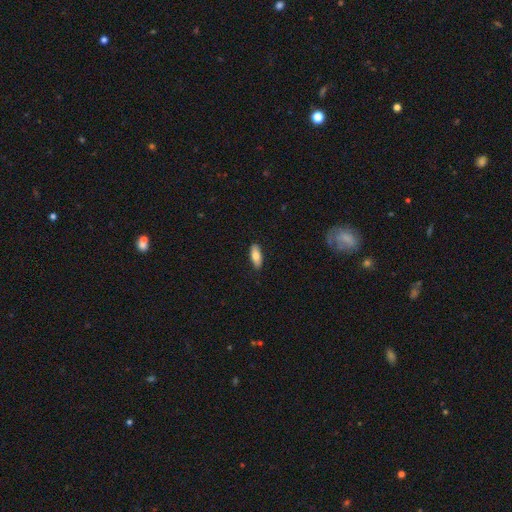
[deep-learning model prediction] Smooth or featured? Predicted: smooth (p=0.79). How rounded? Predicted: in between (p=0.76). Merging? Predicted: none (p=0.87).